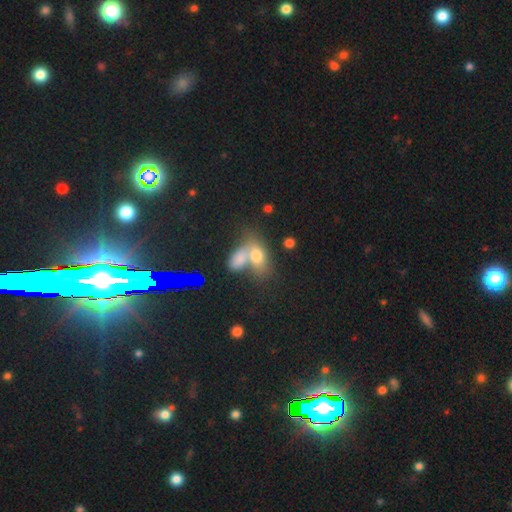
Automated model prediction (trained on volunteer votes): smooth 69%, star or artifact 15%, featured or disk 15%. Down the decision tree: how rounded — in between (81%); merging — merger (56%).